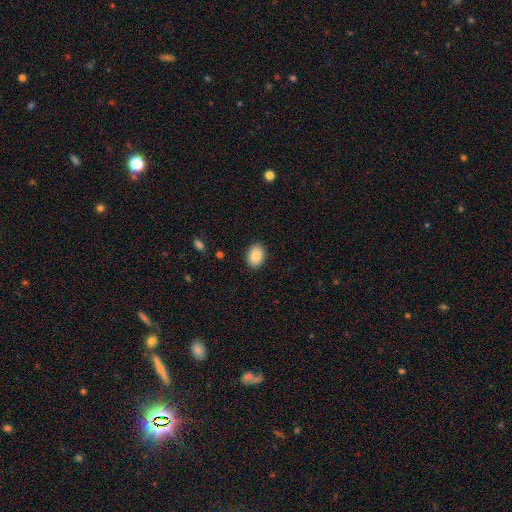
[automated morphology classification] Q: Smooth or featured?
A: smooth (88%); runner-up: star or artifact (8%)
Q: How rounded?
A: in between (74%); runner-up: round (25%)
Q: Merging?
A: none (90%); runner-up: minor disturbance (8%)